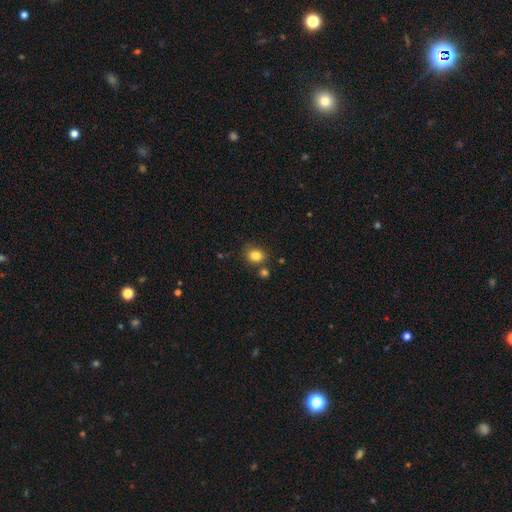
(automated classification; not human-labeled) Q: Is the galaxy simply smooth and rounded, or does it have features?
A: smooth — 83%.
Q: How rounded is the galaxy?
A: round — 66%.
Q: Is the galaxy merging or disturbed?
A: none — 75%.